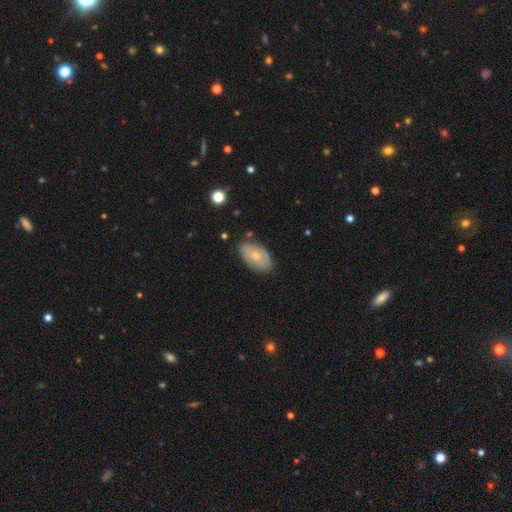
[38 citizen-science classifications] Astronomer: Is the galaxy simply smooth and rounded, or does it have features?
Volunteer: smooth — 66%.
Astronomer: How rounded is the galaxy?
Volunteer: in between — 84%.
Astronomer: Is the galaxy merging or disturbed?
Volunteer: none — 71%.